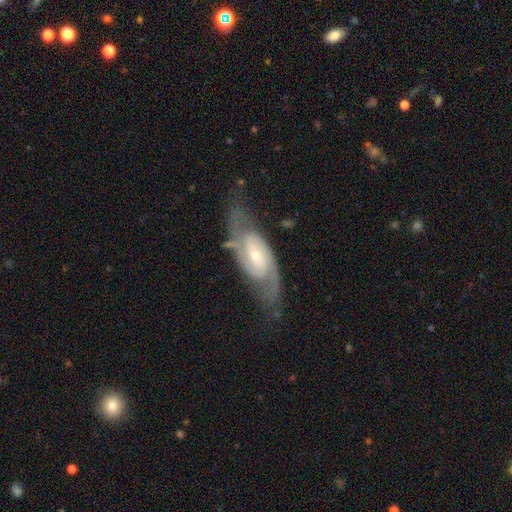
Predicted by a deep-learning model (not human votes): smooth-or-featured: featured or disk: 87% | smooth: 8% | star or artifact: 5%
  disk-edge-on: no: 93% | yes: 7%
    bar: weak: 46% | no: 36% | strong: 18%
    has-spiral-arms: yes: 96% | no: 4%
      spiral-winding: medium: 49% | tight: 34% | loose: 17%
      spiral-arm-count: 2: 87% | can't tell: 6% | 3: 3% | 1: 2% | 4: 1% | more than 4: 1%
    bulge-size: small: 57% | moderate: 37% | large: 3% | none: 2% | dominant: 1%
  merging: none: 70% | minor disturbance: 18% | major disturbance: 9% | merger: 2%